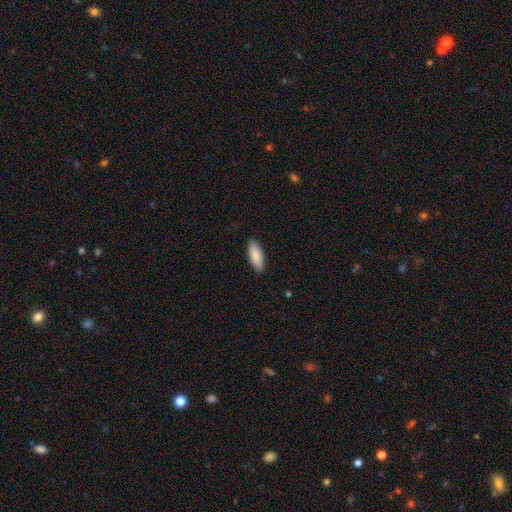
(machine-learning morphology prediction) Smooth or featured? smooth (88%)
How rounded? in between (76%)
Merging? none (89%)